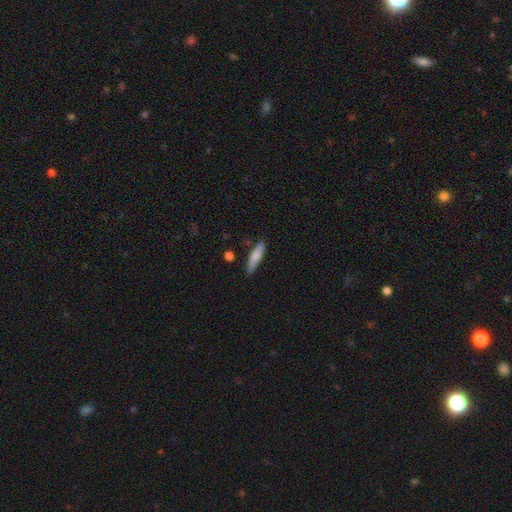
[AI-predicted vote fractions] Overall: smooth (73%). How rounded: cigar-shaped (78%). Merging: none (78%).